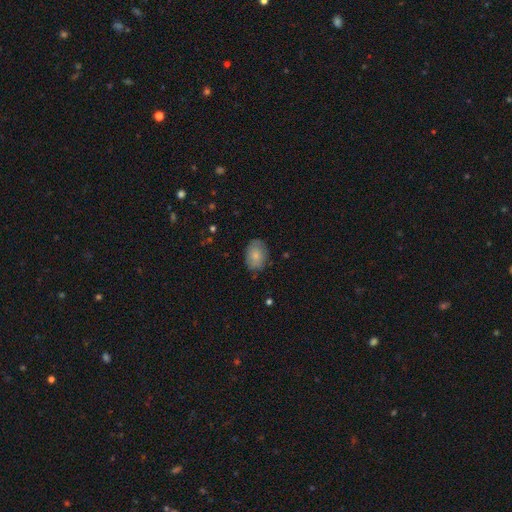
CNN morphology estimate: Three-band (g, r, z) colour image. It shows a smooth galaxy with no disk features (76%) that is in between round and cigar-shaped (77%). Merging: none (75%).